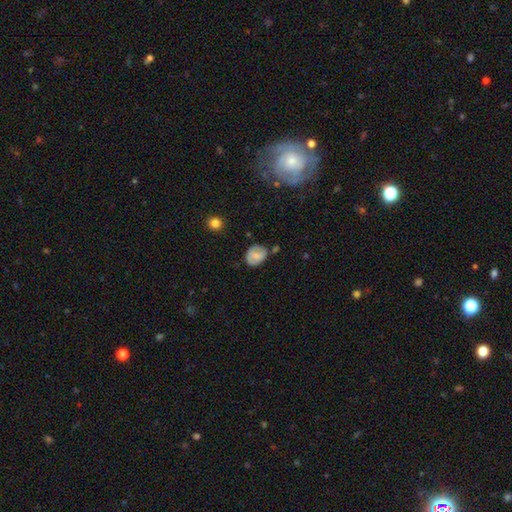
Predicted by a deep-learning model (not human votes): A smooth galaxy with no disk features (60%) that is in between round and cigar-shaped (54%). Merging: none (61%).